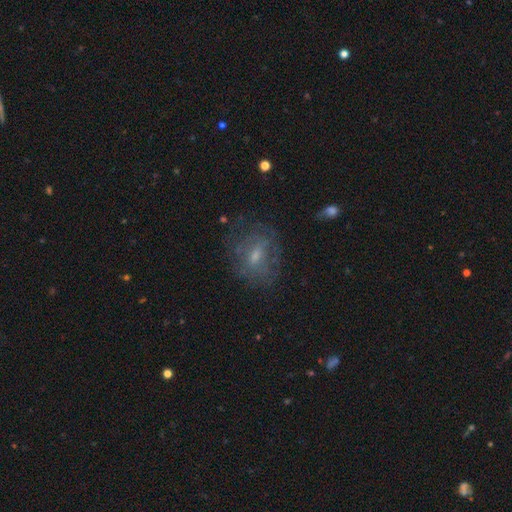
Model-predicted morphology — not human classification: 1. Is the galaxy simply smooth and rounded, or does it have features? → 49% featured or disk, 38% smooth, 13% star or artifact.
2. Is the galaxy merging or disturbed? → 63% none, 20% minor disturbance, 15% major disturbance, 2% merger.